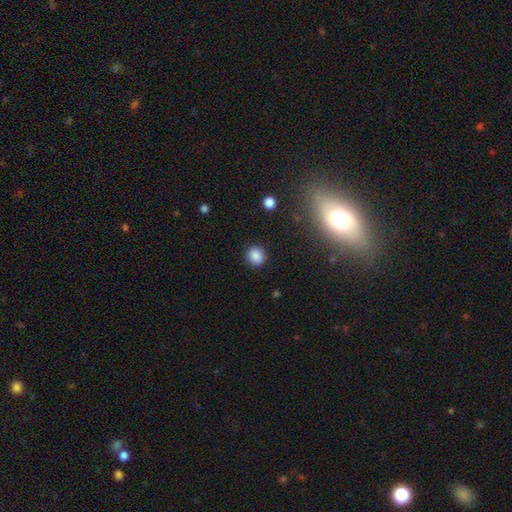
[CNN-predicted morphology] smooth 85%, star or artifact 11%, featured or disk 4%. Down the decision tree: how rounded — round (82%); merging — none (88%).